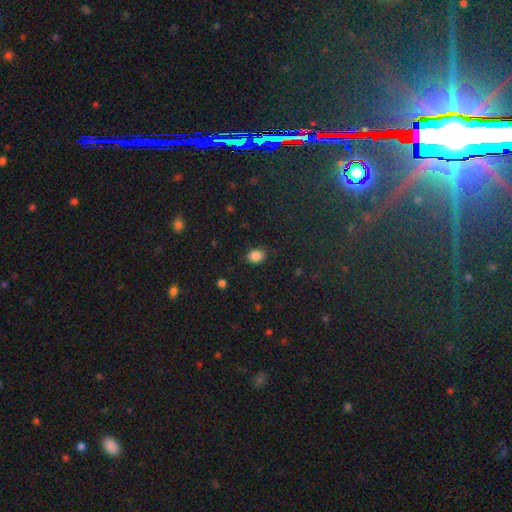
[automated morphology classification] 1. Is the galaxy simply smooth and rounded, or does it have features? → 85% smooth, 10% star or artifact, 5% featured or disk.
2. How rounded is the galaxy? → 55% in between, 44% round, 1% cigar-shaped.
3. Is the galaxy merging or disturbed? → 86% none, 11% minor disturbance, 3% major disturbance, 1% merger.